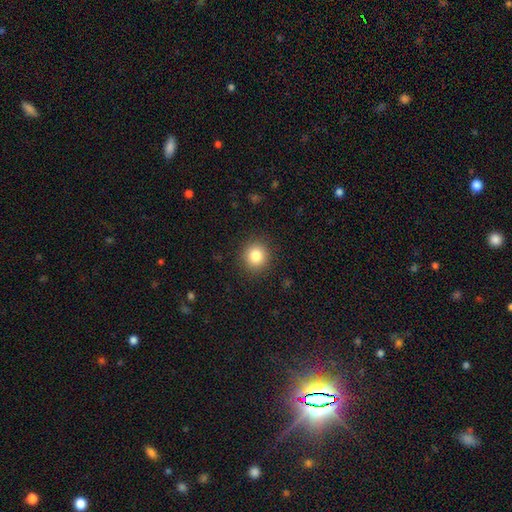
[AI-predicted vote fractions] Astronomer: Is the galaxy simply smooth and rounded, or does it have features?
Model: smooth — 83%.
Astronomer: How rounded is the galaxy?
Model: round — 88%.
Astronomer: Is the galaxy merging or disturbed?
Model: none — 91%.